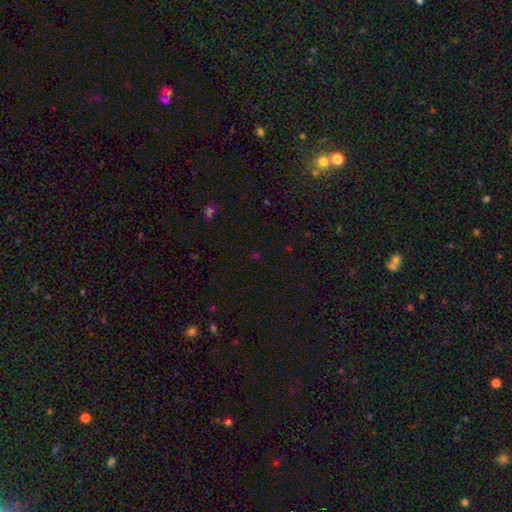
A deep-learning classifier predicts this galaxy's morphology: Smooth or featured?
  - star or artifact: 61% *
  - smooth: 32%
  - featured or disk: 7%